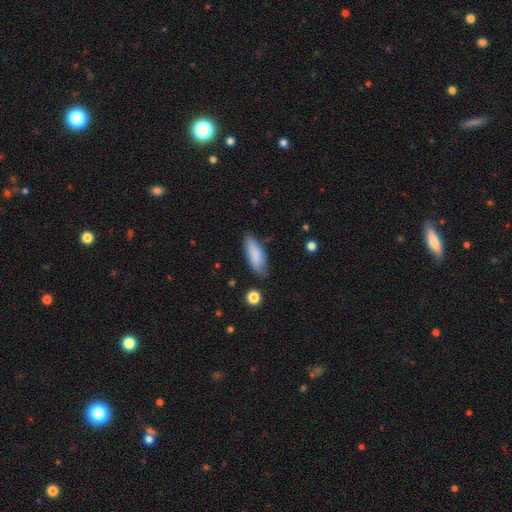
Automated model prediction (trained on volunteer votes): This is clearly a smooth galaxy (82%). How rounded: likely in between (65%). Merging: likely none (74%).